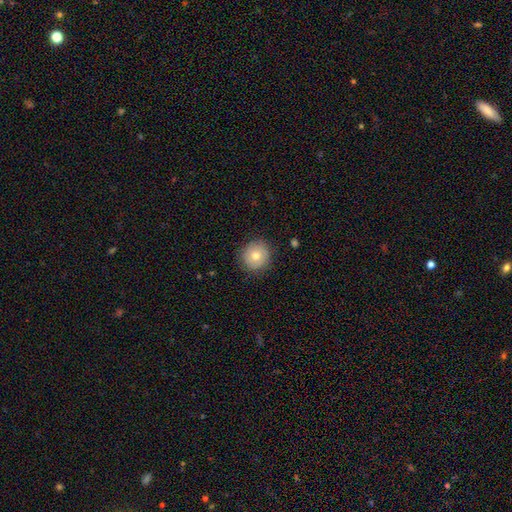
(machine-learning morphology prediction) Smooth or featured? smooth (77%)
How rounded? round (93%)
Merging? none (88%)